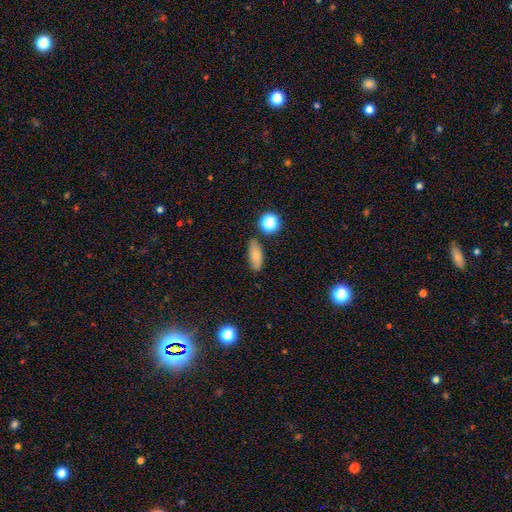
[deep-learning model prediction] Morphology: type=smooth (79%); roundness=in between (75%); merging=none (80%).